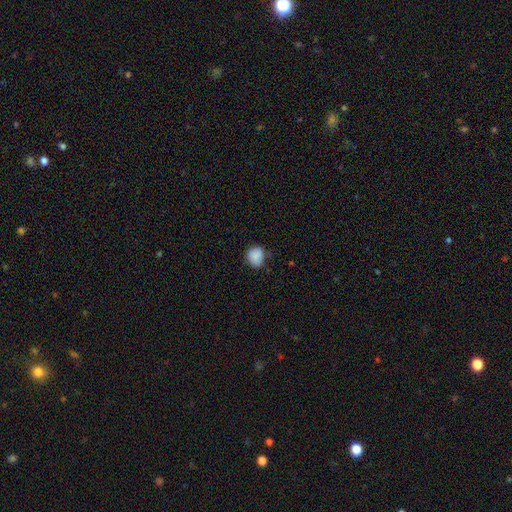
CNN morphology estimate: Smooth or featured? smooth (88%)
How rounded? round (70%)
Merging? none (71%)